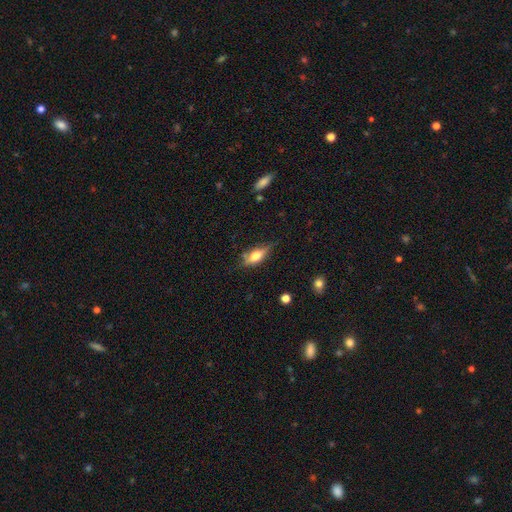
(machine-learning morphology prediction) Smooth or featured?
  - smooth: 50% *
  - featured or disk: 42%
  - star or artifact: 8%
How rounded?
  - in between: 66% *
  - cigar-shaped: 29%
  - round: 5%
Merging?
  - none: 71% *
  - minor disturbance: 21%
  - major disturbance: 6%
  - merger: 3%